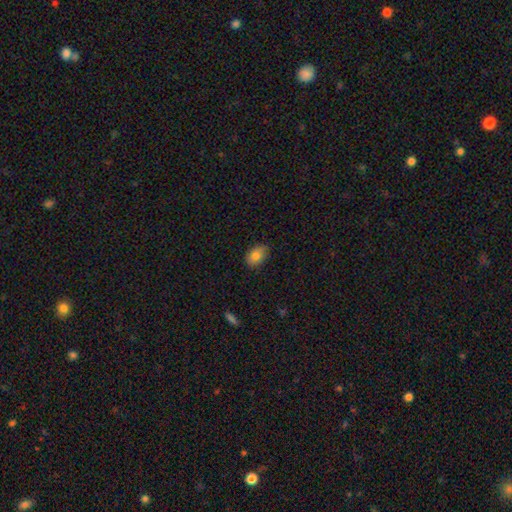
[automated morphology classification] Smooth or featured?
  - smooth: 82% *
  - featured or disk: 9%
  - star or artifact: 8%
How rounded?
  - in between: 84% *
  - round: 14%
  - cigar-shaped: 1%
Merging?
  - none: 79% *
  - minor disturbance: 17%
  - major disturbance: 3%
  - merger: 1%